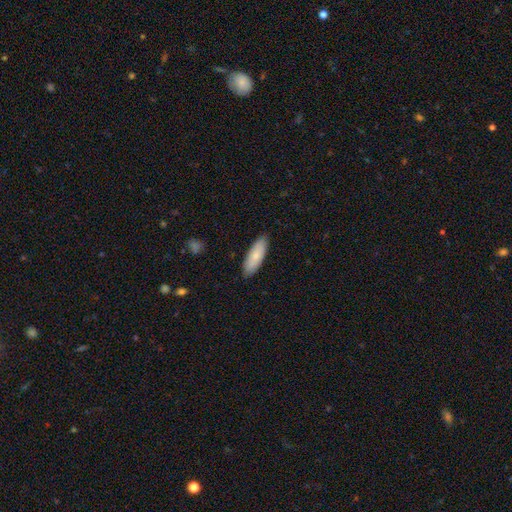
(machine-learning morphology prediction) Smooth or featured? smooth (82%)
How rounded? in between (64%)
Merging? none (87%)